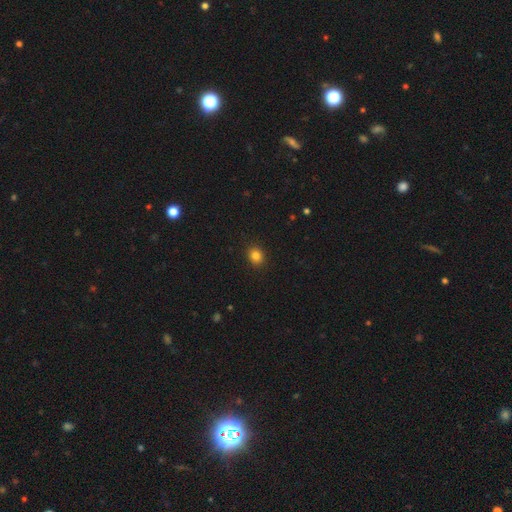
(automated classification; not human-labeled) smooth_or_featured: smooth (p=0.84) [alt: star or artifact p=0.12]
how_rounded: round (p=0.73) [alt: in between p=0.26]
merging: none (p=0.91) [alt: minor disturbance p=0.06]